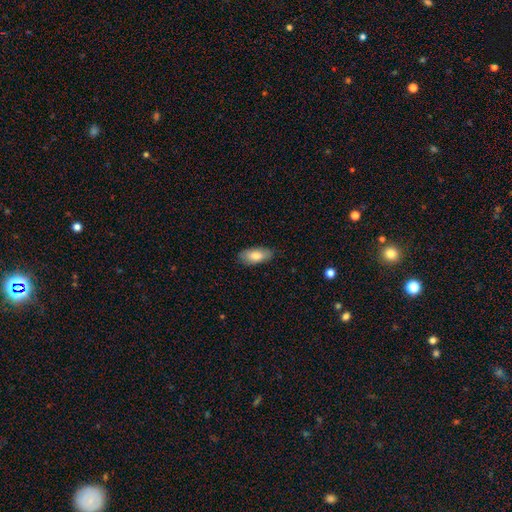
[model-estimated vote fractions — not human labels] This is clearly a smooth galaxy (81%). How rounded: clearly in between (87%). Merging: clearly none (84%).